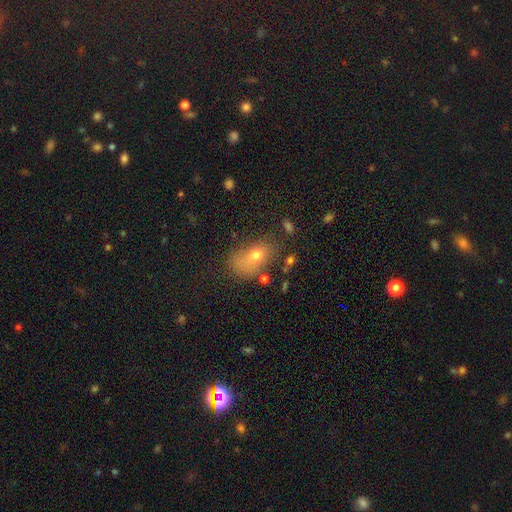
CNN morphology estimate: type=smooth (69%); roundness=in between (79%); merging=none (52%).